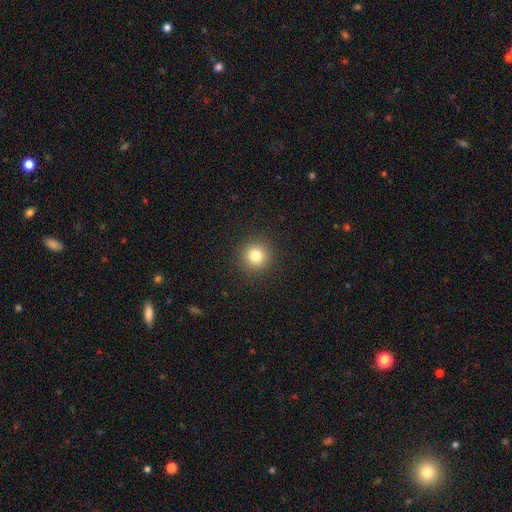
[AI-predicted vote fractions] Smooth or featured: smooth — 81% (star or artifact — 13%)
How rounded: round — 94% (in between — 5%)
Merging: none — 92% (minor disturbance — 5%)